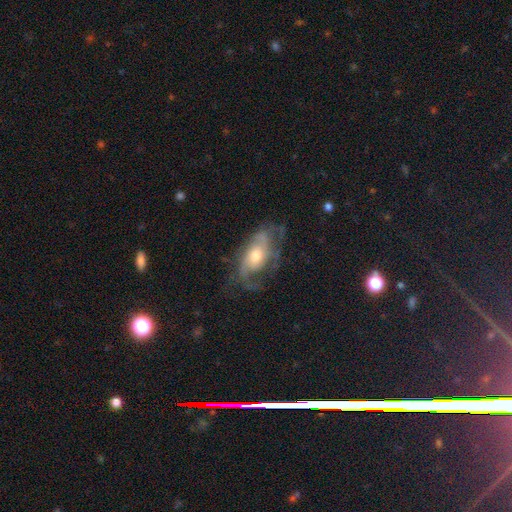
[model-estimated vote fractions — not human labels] smooth-or-featured: featured or disk: 75% | smooth: 18% | star or artifact: 7%
  disk-edge-on: no: 93% | yes: 7%
    bar: no: 71% | weak: 23% | strong: 6%
    has-spiral-arms: yes: 84% | no: 16%
      spiral-winding: medium: 42% | loose: 30% | tight: 28%
      spiral-arm-count: 2: 43% | can't tell: 27% | 3: 12% | 1: 11% | 4: 4% | more than 4: 3%
    bulge-size: moderate: 66% | small: 23% | large: 9% | none: 1% | dominant: 1%
  merging: none: 50% | major disturbance: 24% | minor disturbance: 23% | merger: 2%